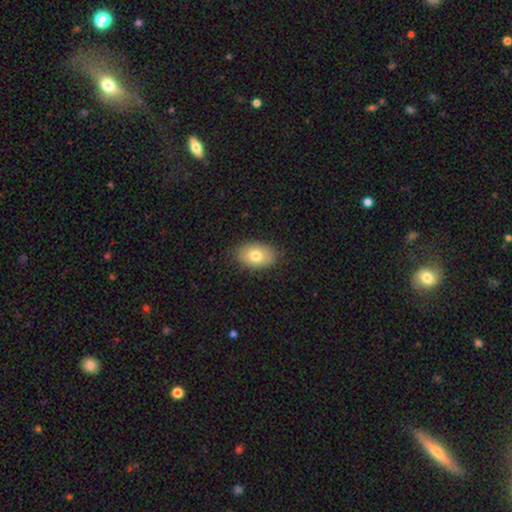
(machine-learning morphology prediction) Overall: smooth (76%). How rounded: in between (87%). Merging: none (85%).